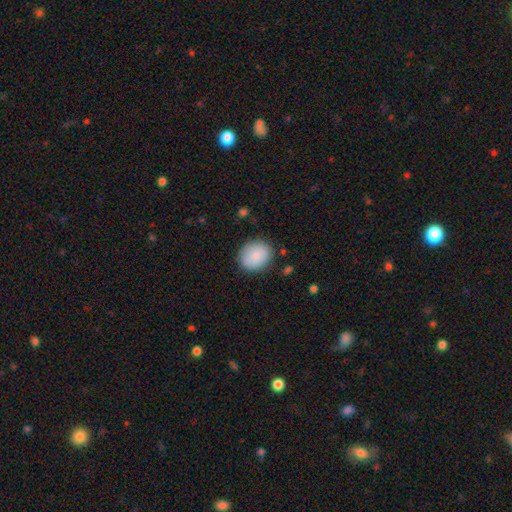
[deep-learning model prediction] smooth_or_featured: smooth (p=0.85) [alt: featured or disk p=0.08]
how_rounded: round (p=0.70) [alt: in between p=0.29]
merging: none (p=0.83) [alt: minor disturbance p=0.12]